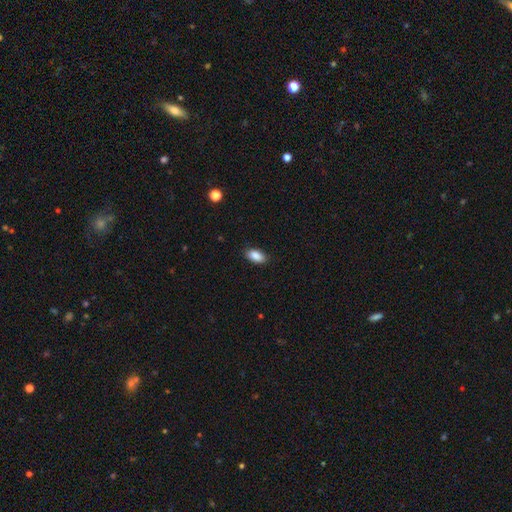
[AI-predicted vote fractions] Smooth or featured: smooth — 88% (star or artifact — 8%)
How rounded: in between — 92% (cigar-shaped — 4%)
Merging: none — 87% (minor disturbance — 10%)